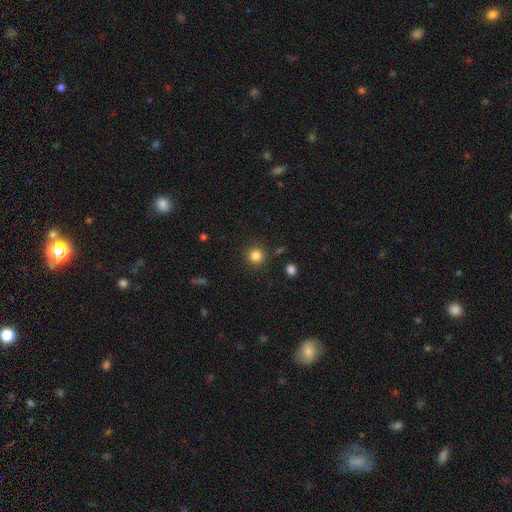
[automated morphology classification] smooth_or_featured: smooth (p=0.84) [alt: star or artifact p=0.12]
how_rounded: round (p=0.94) [alt: in between p=0.05]
merging: none (p=0.88) [alt: minor disturbance p=0.06]